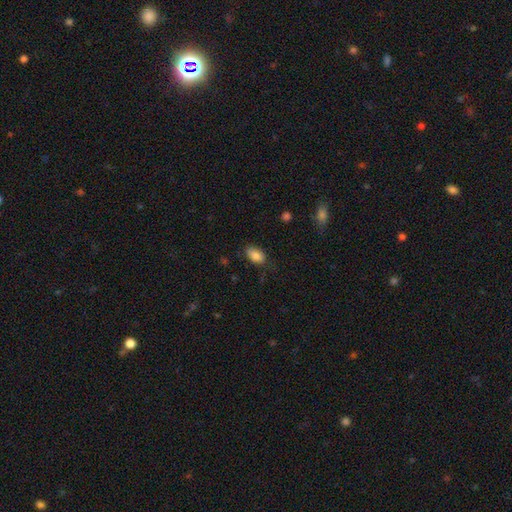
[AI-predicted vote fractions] This appears to be a smooth galaxy with no disk features (85%) that is in between round and cigar-shaped (90%). Merging: none (75%).